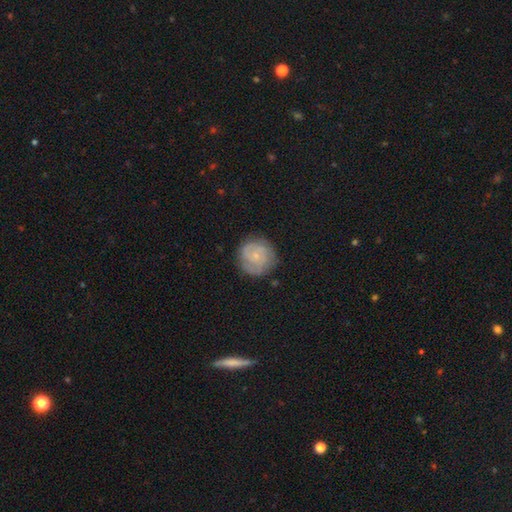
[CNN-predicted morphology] This appears to be a featured or disk galaxy (62%) with no bar (75%), 2 (34%) tight (62%) spiral arms (87%) and a small central bulge (76%). Merging: none (78%).